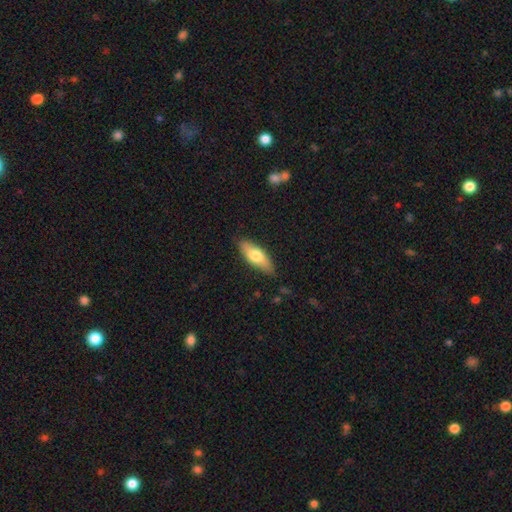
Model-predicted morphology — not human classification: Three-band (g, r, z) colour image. It shows a smooth galaxy with no disk features (69%) that is in between round and cigar-shaped (69%). Merging: none (82%).